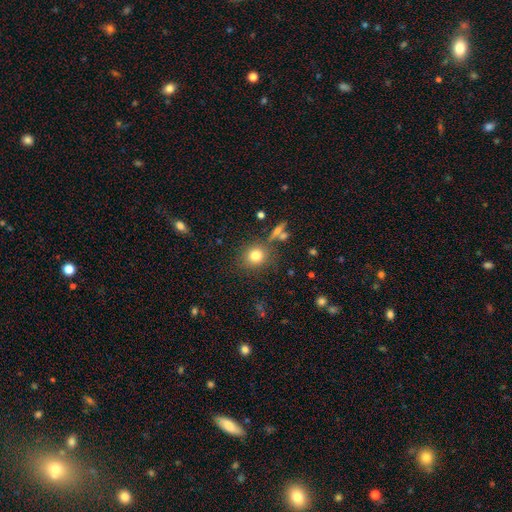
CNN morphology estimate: Overall: smooth (78%). How rounded: round (88%). Merging: none (79%).